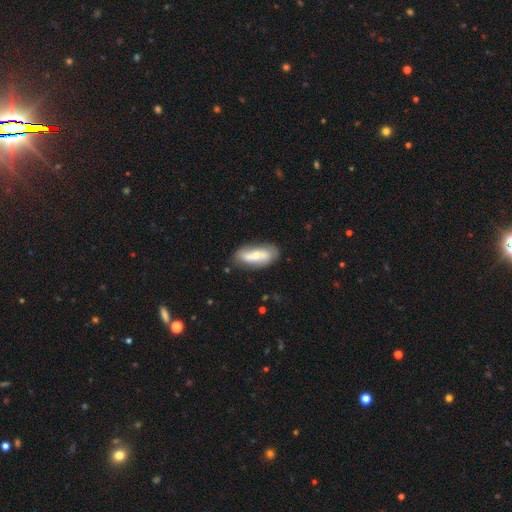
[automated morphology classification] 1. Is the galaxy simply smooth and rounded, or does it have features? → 50% smooth, 44% featured or disk, 6% star or artifact.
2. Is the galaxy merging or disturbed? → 67% none, 19% minor disturbance, 7% merger, 6% major disturbance.